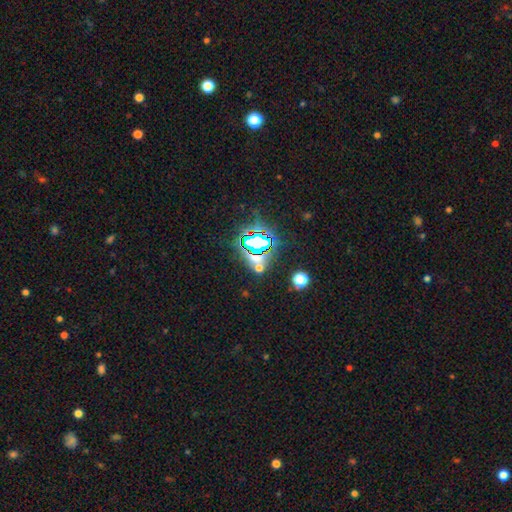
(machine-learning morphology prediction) Smooth or featured?
  - star or artifact: 70% *
  - smooth: 20%
  - featured or disk: 11%